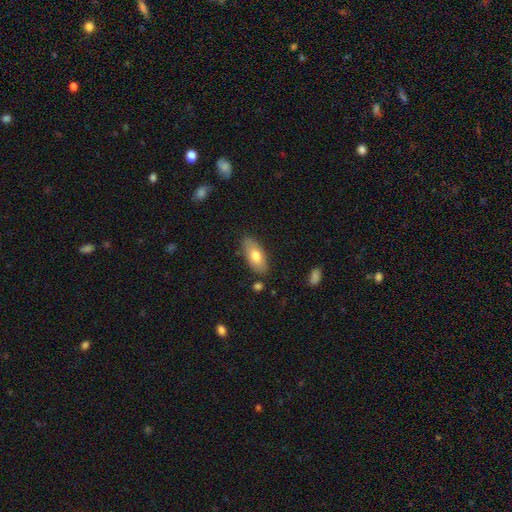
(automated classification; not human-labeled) Smooth or featured? Predicted: smooth (p=0.72). How rounded? Predicted: in between (p=0.87). Merging? Predicted: none (p=0.81).